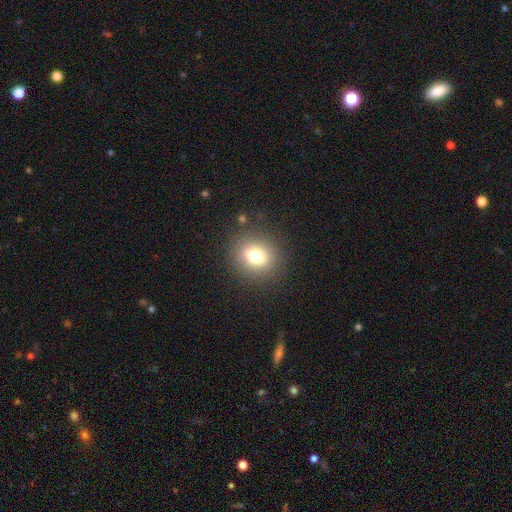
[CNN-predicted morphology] Smooth or featured?
  - smooth: 77% *
  - star or artifact: 12%
  - featured or disk: 11%
How rounded?
  - round: 62% *
  - in between: 37%
  - cigar-shaped: 1%
Merging?
  - none: 86% *
  - minor disturbance: 9%
  - major disturbance: 4%
  - merger: 2%